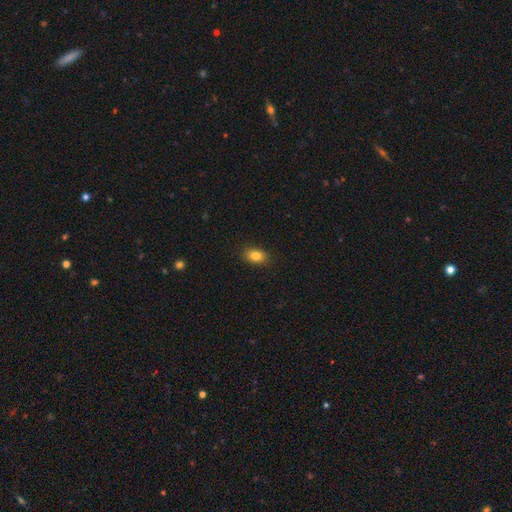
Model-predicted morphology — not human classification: Q: Smooth or featured?
A: smooth (84%); runner-up: star or artifact (9%)
Q: How rounded?
A: in between (84%); runner-up: round (14%)
Q: Merging?
A: none (88%); runner-up: minor disturbance (9%)